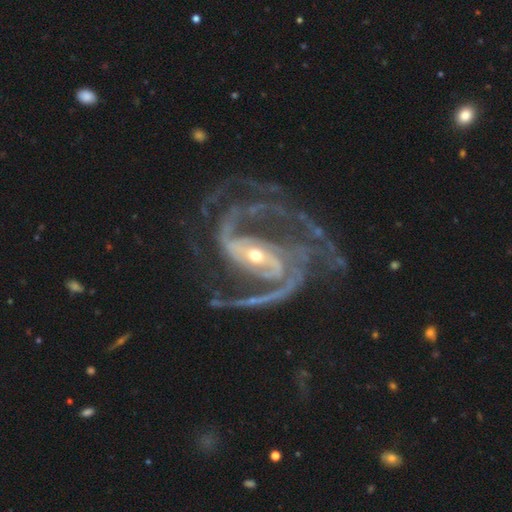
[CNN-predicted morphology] featured or disk 93%, star or artifact 5%, smooth 2%. Down the decision tree: edge-on disk — no (98%); bar — strong (50%); spiral arms — yes (98%); spiral arm count — 2 (54%); spiral winding — medium (55%); bulge size — small (59%); merging — none (53%).